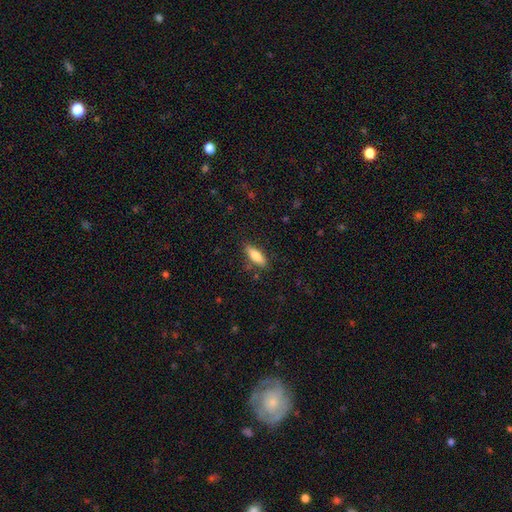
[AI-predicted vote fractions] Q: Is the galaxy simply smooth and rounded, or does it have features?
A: smooth — 77%.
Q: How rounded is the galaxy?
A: in between — 55%.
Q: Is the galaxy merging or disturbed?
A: none — 83%.